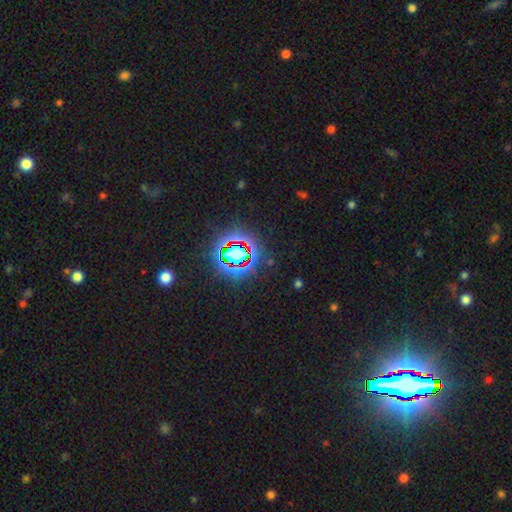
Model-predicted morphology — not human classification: The model was most divided on "smooth or featured": star or artifact: 82%, smooth: 10%, featured or disk: 8%.